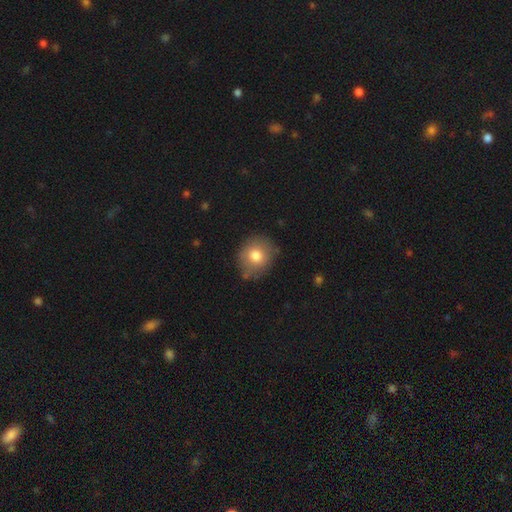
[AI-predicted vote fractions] Overall: smooth (78%). How rounded: round (81%). Merging: none (77%).